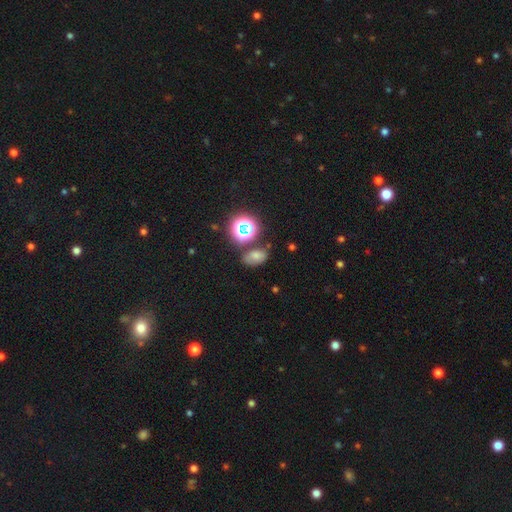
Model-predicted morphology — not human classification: This appears to be a smooth galaxy with no disk features (60%) that is in between round and cigar-shaped (80%). Merging: none (67%).